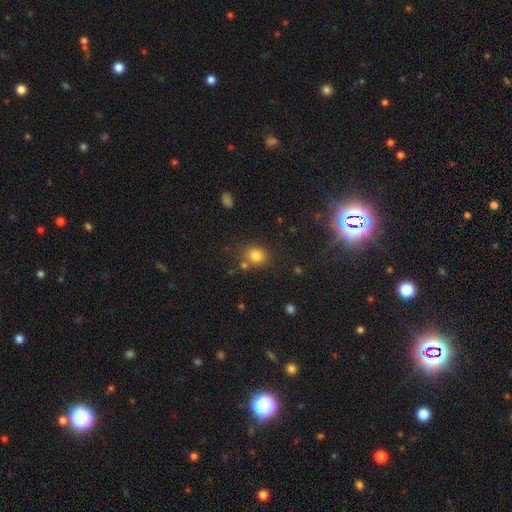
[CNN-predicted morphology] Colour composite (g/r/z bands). It shows a smooth galaxy with no disk features (81%) that is round (70%). Merging: none (72%).